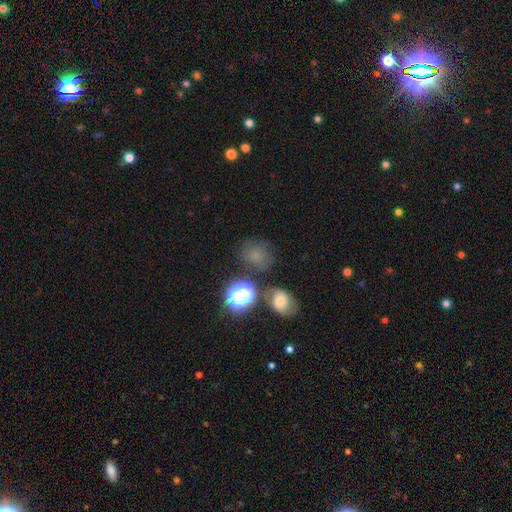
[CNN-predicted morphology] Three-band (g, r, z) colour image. It shows a smooth galaxy with no disk features (62%) that is round (69%). Merging: none (66%).